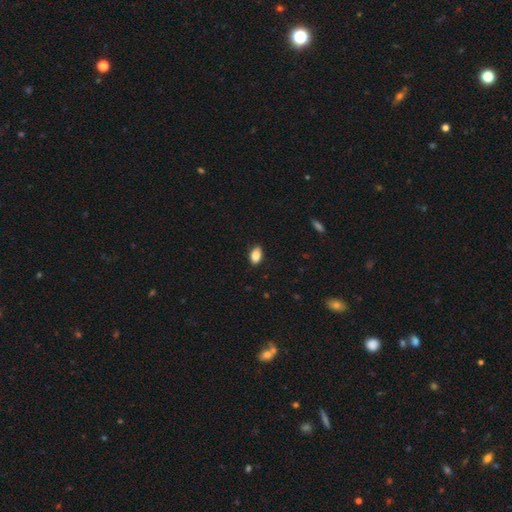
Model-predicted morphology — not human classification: Smooth or featured? Predicted: smooth (p=0.87). How rounded? Predicted: in between (p=0.89). Merging? Predicted: none (p=0.85).